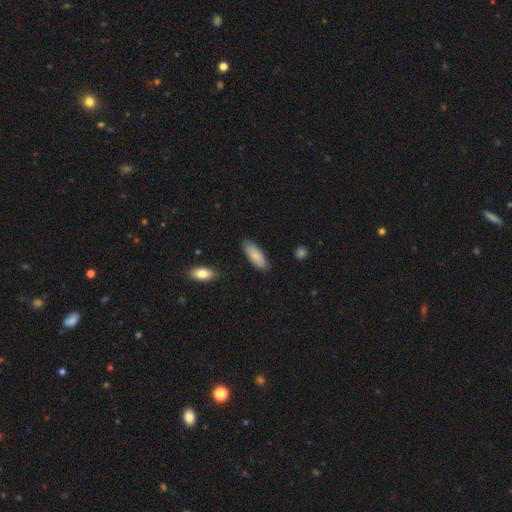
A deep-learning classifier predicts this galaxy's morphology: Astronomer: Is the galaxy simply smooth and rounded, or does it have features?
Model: smooth — 85%.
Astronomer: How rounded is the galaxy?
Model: in between — 68%.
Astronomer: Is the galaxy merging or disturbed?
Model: none — 84%.